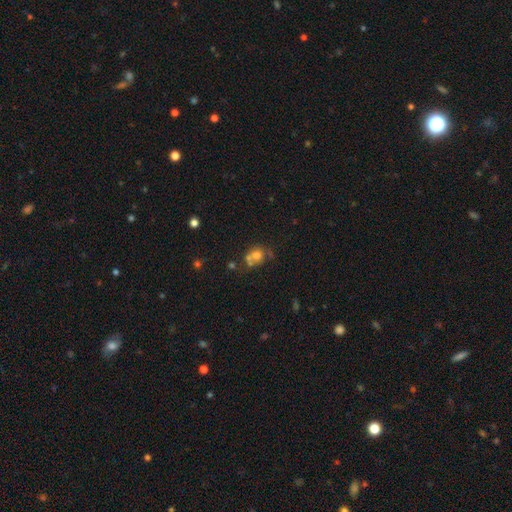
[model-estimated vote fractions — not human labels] smooth-or-featured: smooth: 62% | featured or disk: 21% | star or artifact: 17%
  how-rounded: round: 65% | in between: 34% | cigar-shaped: 1%
  merging: none: 37% (tied) | merger: 37% (tied) | minor disturbance: 15% | major disturbance: 10%